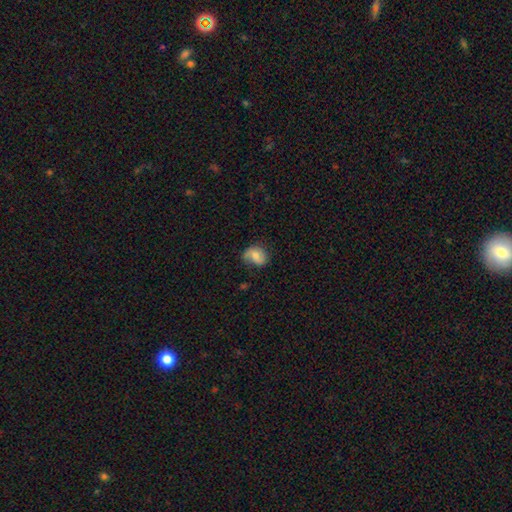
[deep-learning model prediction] Smooth or featured?
  - smooth: 62% *
  - featured or disk: 30%
  - star or artifact: 8%
How rounded?
  - in between: 54% *
  - round: 45%
  - cigar-shaped: 1%
Merging?
  - none: 60% *
  - minor disturbance: 29%
  - major disturbance: 9%
  - merger: 2%